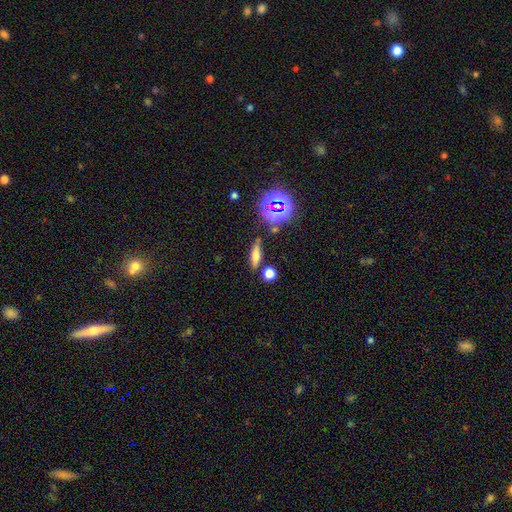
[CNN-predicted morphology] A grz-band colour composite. It shows a smooth galaxy with no disk features (60%) that is cigar-shaped (58%). Merging: none (75%).